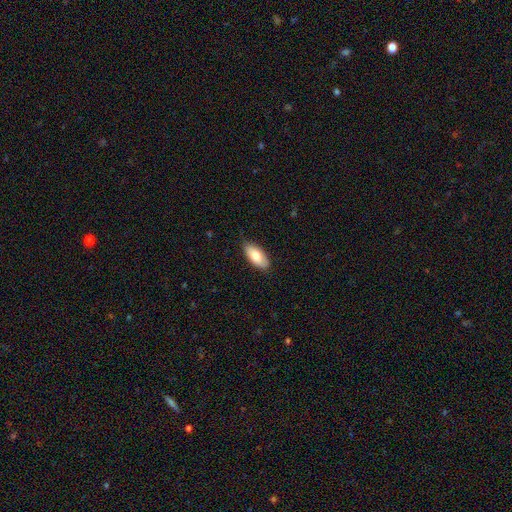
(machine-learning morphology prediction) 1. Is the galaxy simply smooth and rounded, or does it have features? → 79% smooth, 15% featured or disk, 6% star or artifact.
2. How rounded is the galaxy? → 89% in between, 9% cigar-shaped, 2% round.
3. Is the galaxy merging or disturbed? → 85% none, 12% minor disturbance, 2% major disturbance, 1% merger.